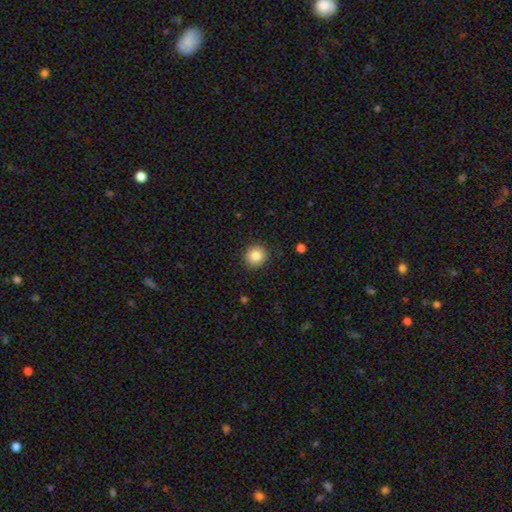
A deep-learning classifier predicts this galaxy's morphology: Smooth or featured?
  - smooth: 84% *
  - star or artifact: 10%
  - featured or disk: 6%
How rounded?
  - round: 90% *
  - in between: 9%
  - cigar-shaped: 1%
Merging?
  - none: 91% *
  - minor disturbance: 6%
  - major disturbance: 2%
  - merger: 1%